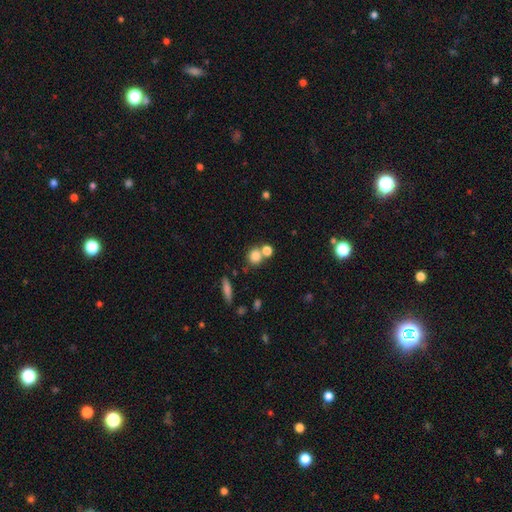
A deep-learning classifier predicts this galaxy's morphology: Smooth or featured? smooth (80%)
How rounded? round (81%)
Merging? none (54%)